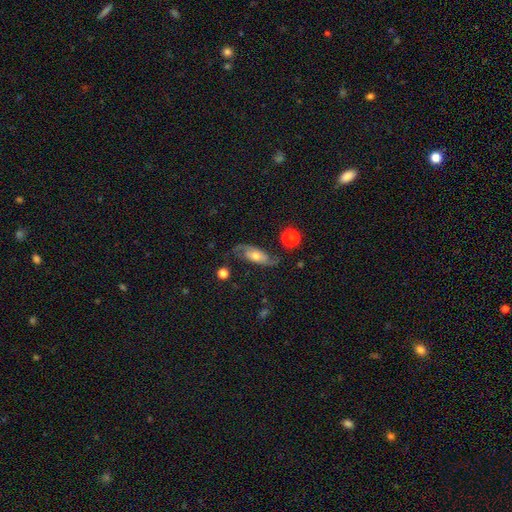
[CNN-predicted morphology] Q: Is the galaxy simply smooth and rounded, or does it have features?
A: featured or disk — 76%.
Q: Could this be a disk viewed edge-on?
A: no — 91%.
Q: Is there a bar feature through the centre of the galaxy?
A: no — 67%.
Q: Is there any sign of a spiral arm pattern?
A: yes — 93%.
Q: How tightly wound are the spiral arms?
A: loose — 48%.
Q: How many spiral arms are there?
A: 2 — 90%.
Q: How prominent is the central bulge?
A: moderate — 62%.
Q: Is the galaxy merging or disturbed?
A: none — 71%.